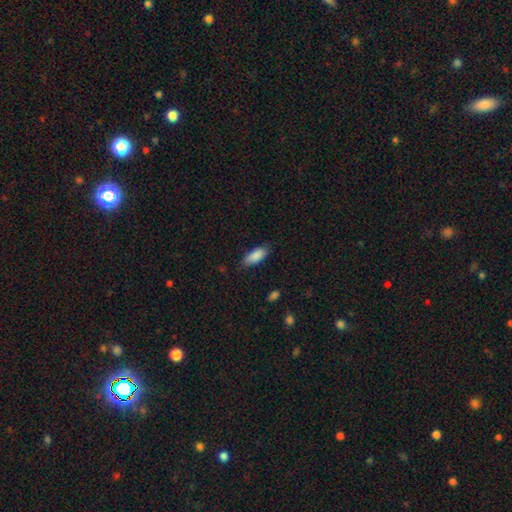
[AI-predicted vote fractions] Q: Smooth or featured?
A: smooth (88%); runner-up: star or artifact (6%)
Q: How rounded?
A: in between (81%); runner-up: cigar-shaped (17%)
Q: Merging?
A: none (79%); runner-up: minor disturbance (17%)